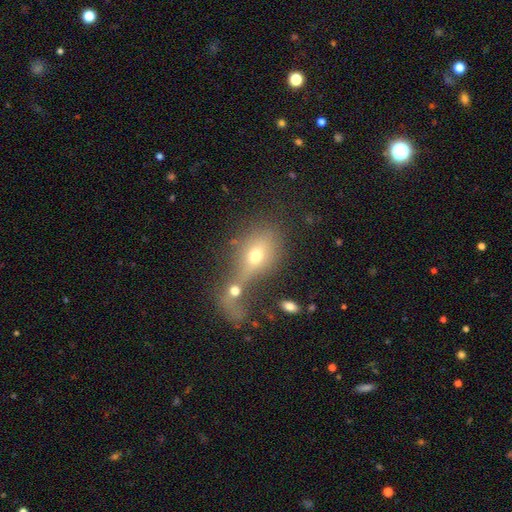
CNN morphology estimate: smooth_or_featured: smooth (p=0.60) [alt: featured or disk p=0.26]
how_rounded: in between (p=0.62) [alt: round p=0.33]
merging: merger (p=0.57) [alt: none p=0.21]